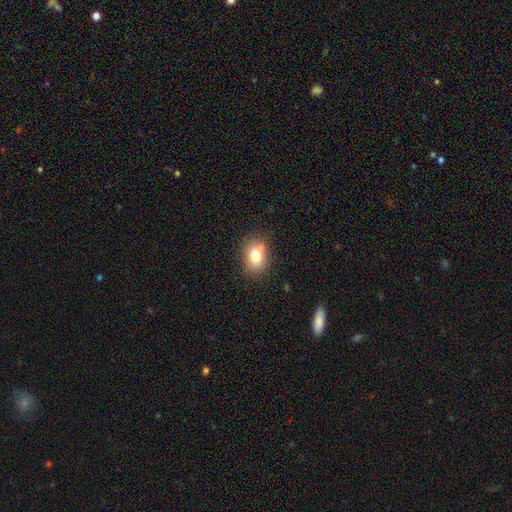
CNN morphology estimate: Smooth or featured: smooth — 75% (featured or disk — 14%)
How rounded: in between — 57% (round — 42%)
Merging: none — 65% (merger — 17%)